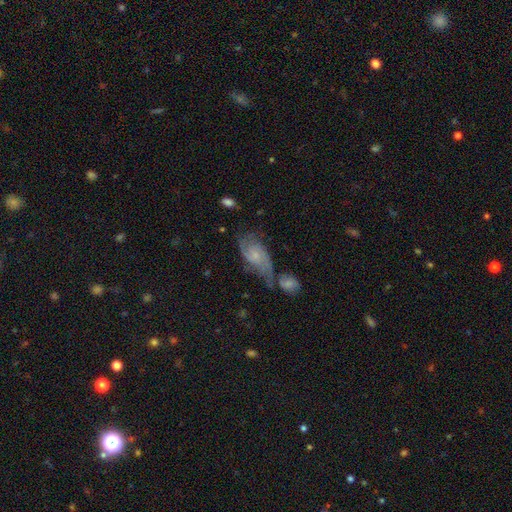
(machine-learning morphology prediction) This appears to be a featured or disk galaxy (66%) with no bar (71%), 2 (66%) medium (43%) spiral arms (88%) and a small central bulge (68%). Merging: none (39%).